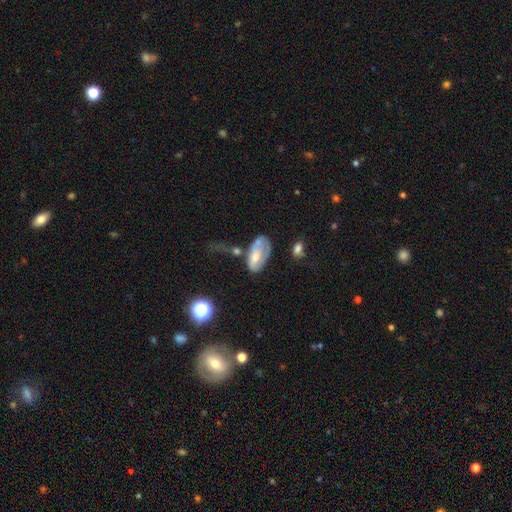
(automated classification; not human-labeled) The model was most divided on "merging" (2-way tie): none: 29%, major disturbance: 29%, minor disturbance: 26%, merger: 16%. Remaining: smooth or featured — smooth (49%).